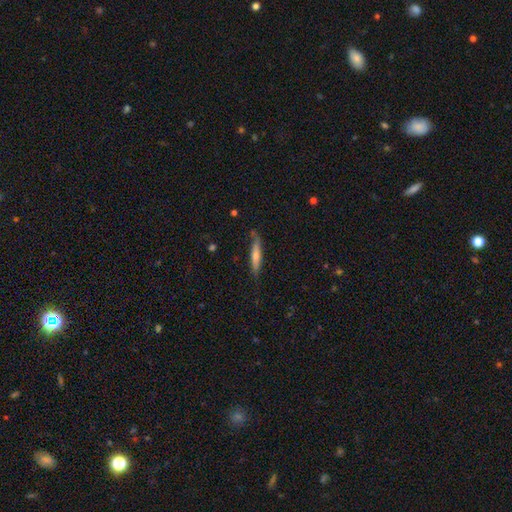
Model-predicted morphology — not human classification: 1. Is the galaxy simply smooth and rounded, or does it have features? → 48% featured or disk, 46% smooth, 6% star or artifact.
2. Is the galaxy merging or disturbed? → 77% none, 17% minor disturbance, 3% major disturbance, 2% merger.